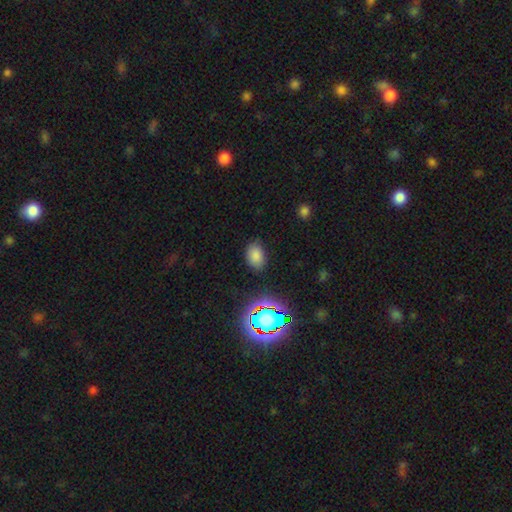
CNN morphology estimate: A smooth galaxy with no disk features (77%) that is in between round and cigar-shaped (84%).

Vote fractions:
- Smooth or featured? smooth: 77% / star or artifact: 16% / featured or disk: 7%
- How rounded? in between: 84% / round: 15% / cigar-shaped: 1%
- Merging? none: 84% / minor disturbance: 11% / major disturbance: 3% / merger: 2%